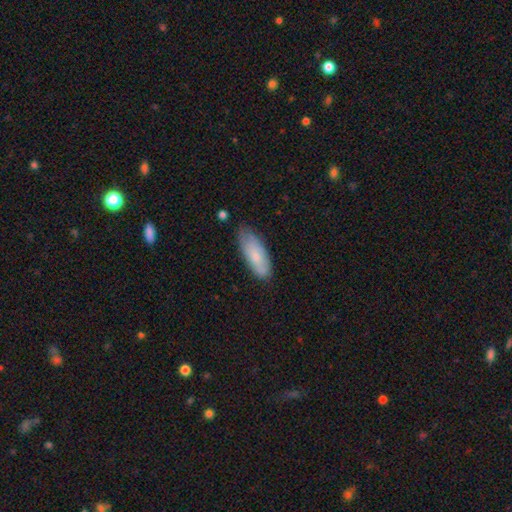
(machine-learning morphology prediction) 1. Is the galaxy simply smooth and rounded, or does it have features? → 73% smooth, 21% featured or disk, 6% star or artifact.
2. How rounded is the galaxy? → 71% in between, 27% cigar-shaped, 2% round.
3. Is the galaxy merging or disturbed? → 66% none, 27% minor disturbance, 5% major disturbance, 2% merger.